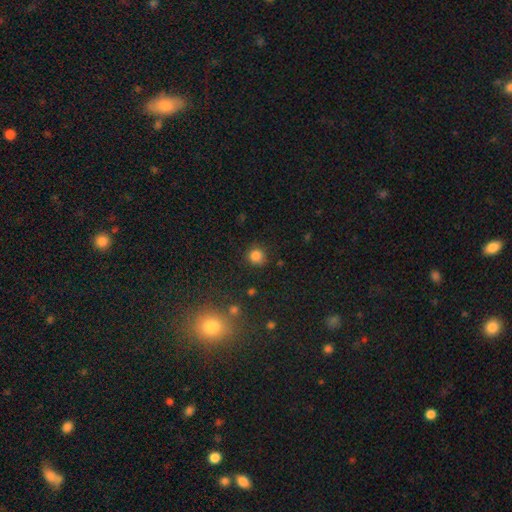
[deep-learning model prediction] A smooth galaxy with no disk features (83%) that is round (89%).

Vote fractions:
- Smooth or featured? smooth: 83% / star or artifact: 13% / featured or disk: 5%
- How rounded? round: 89% / in between: 10% / cigar-shaped: 1%
- Merging? none: 83% / minor disturbance: 12% / major disturbance: 3% / merger: 2%